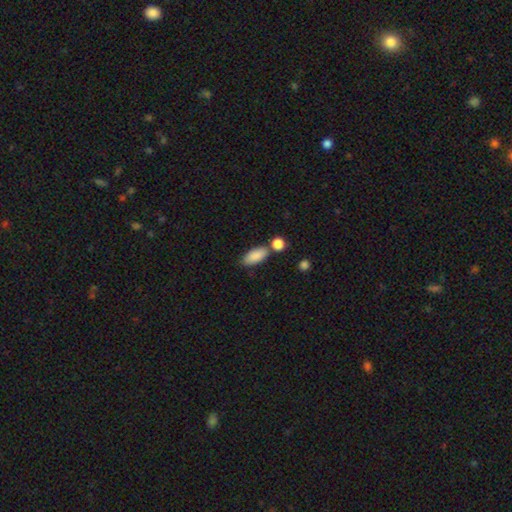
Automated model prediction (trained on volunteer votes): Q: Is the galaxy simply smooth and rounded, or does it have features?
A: smooth — 87%.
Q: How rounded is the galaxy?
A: in between — 87%.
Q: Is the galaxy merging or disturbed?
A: none — 64%.